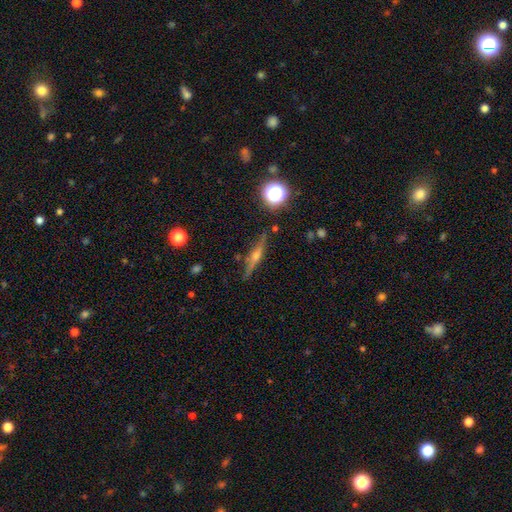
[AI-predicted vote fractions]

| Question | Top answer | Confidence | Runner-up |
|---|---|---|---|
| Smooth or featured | featured or disk | 73% | smooth (17%) |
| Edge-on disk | yes | 97% | no (3%) |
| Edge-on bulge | rounded | 89% | none (6%) |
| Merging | none | 88% | minor disturbance (8%) |